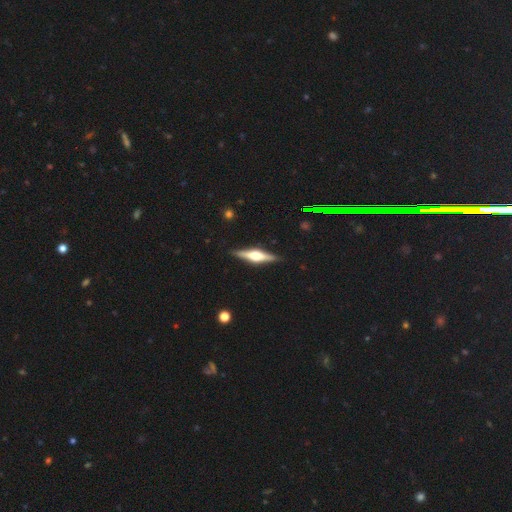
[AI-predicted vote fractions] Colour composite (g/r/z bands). It shows a featured or disk galaxy (75%) viewed edge-on (98%) with a rounded central bulge (91%). Merging: none (90%).